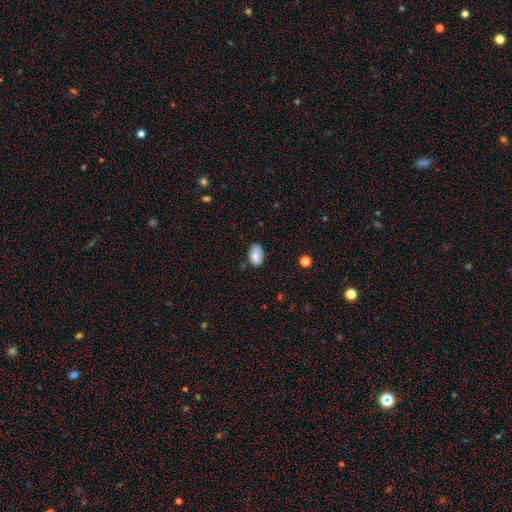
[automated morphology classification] Smooth or featured? Predicted: smooth (p=0.84). How rounded? Predicted: in between (p=0.90). Merging? Predicted: none (p=0.74).